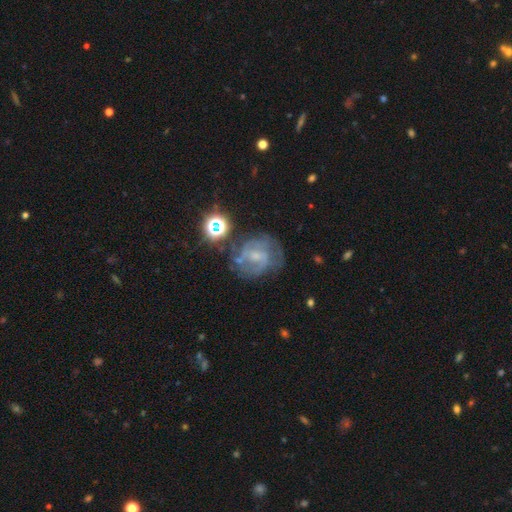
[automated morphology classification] smooth_or_featured: featured or disk (p=0.70) [alt: smooth p=0.17]
disk_edge_on: no (p=0.97) [alt: yes p=0.03]
bar: weak (p=0.50) [alt: no p=0.38]
has_spiral_arms: yes (p=0.83) [alt: no p=0.17]
spiral_winding: medium (p=0.45) [alt: tight p=0.38]
spiral_arm_count: 2 (p=0.44) [alt: can't tell p=0.34]
bulge_size: small (p=0.55) [alt: moderate p=0.25]
merging: none (p=0.61) [alt: minor disturbance p=0.20]